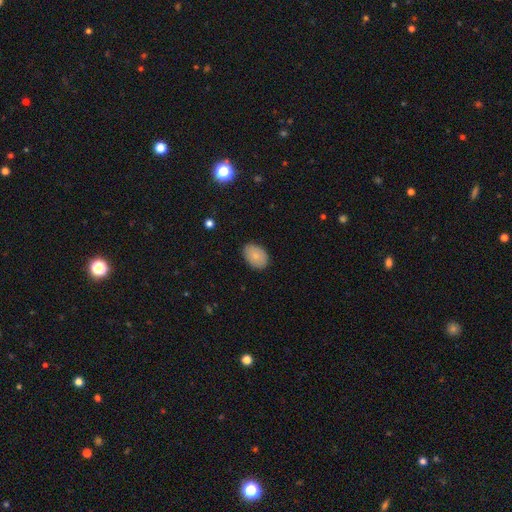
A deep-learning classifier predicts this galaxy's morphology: Overall: smooth (85%). How rounded: in between (82%). Merging: none (86%).